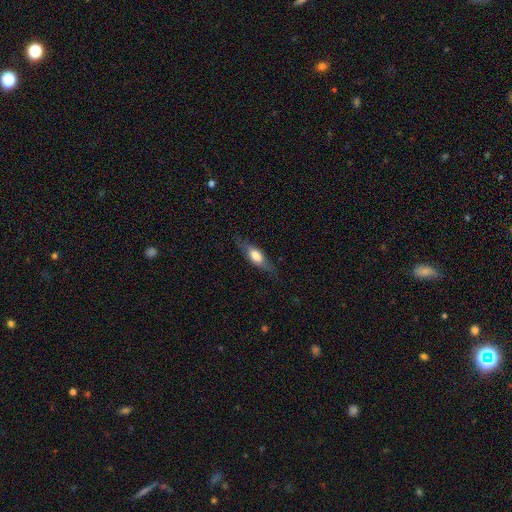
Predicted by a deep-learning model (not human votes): A smooth galaxy with no disk features (54%) that is in between round and cigar-shaped (51%).

Vote fractions:
- Smooth or featured? smooth: 54% / featured or disk: 40% / star or artifact: 7%
- How rounded? in between: 51% / cigar-shaped: 45% / round: 4%
- Merging? none: 79% / minor disturbance: 15% / major disturbance: 5% / merger: 1%